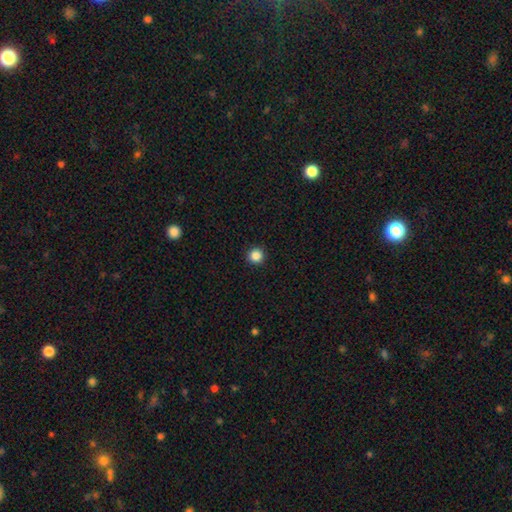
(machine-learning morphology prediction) Smooth or featured?
  - smooth: 86% *
  - star or artifact: 11%
  - featured or disk: 3%
How rounded?
  - round: 96% *
  - in between: 3%
  - cigar-shaped: 1%
Merging?
  - none: 94% *
  - minor disturbance: 4%
  - major disturbance: 1%
  - merger: 1%